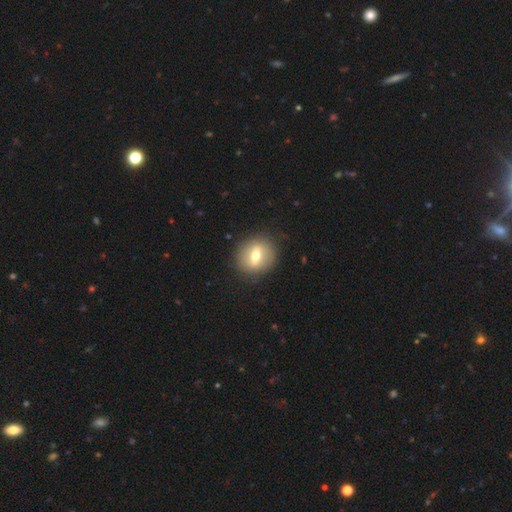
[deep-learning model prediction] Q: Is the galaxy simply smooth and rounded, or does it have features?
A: smooth — 54%.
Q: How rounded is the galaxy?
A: round — 77%.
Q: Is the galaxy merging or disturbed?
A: none — 88%.